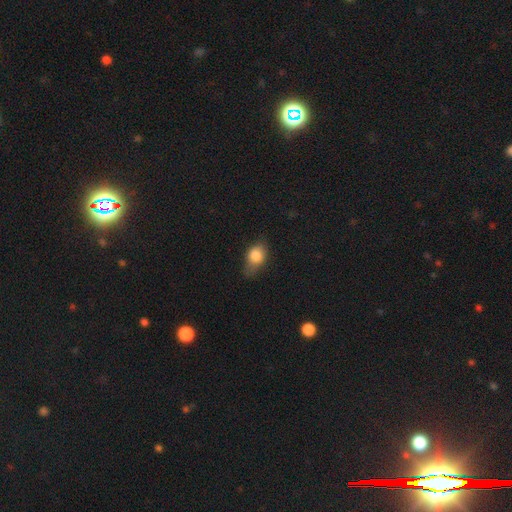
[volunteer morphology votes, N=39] smooth_or_featured: smooth (p=0.79) [alt: featured or disk p=0.15]
how_rounded: in between (p=0.55) [alt: round p=0.39]
merging: minor disturbance (p=0.41) [alt: none p=0.38]